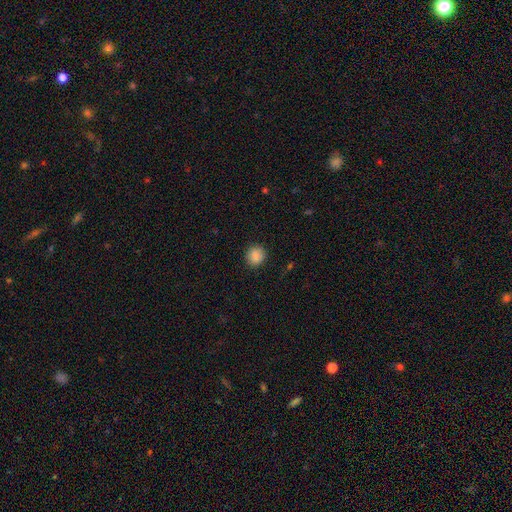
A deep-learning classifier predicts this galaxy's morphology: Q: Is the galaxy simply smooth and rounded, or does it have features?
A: smooth — 87%.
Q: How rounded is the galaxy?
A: round — 84%.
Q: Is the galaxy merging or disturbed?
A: none — 89%.